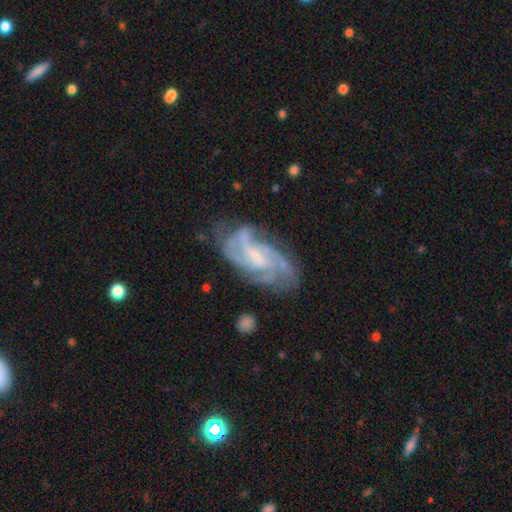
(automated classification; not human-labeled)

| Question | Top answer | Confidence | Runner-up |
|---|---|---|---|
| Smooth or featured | featured or disk | 87% | smooth (7%) |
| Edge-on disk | no | 96% | yes (4%) |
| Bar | weak | 46% | no (38%) |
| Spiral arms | yes | 96% | no (4%) |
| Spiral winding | tight | 45% | medium (44%) |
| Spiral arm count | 3 | 30% | 4 (24%) |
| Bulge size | small | 65% | moderate (23%) |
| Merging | none | 69% | minor disturbance (20%) |